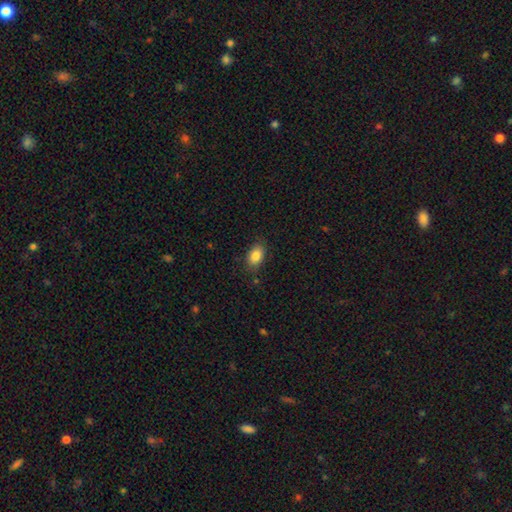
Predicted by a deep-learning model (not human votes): A smooth galaxy with no disk features (85%) that is in between round and cigar-shaped (87%). Merging: none (83%).